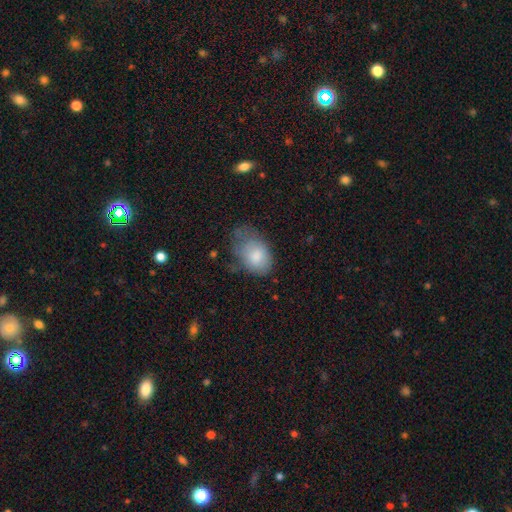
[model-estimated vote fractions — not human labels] Smooth or featured? smooth (78%)
How rounded? in between (83%)
Merging? minor disturbance (40%)